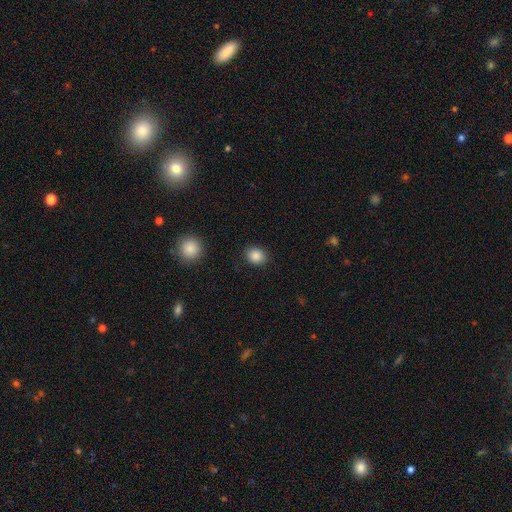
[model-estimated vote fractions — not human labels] smooth 86%, star or artifact 9%, featured or disk 4%. Down the decision tree: how rounded — round (66%); merging — none (89%).